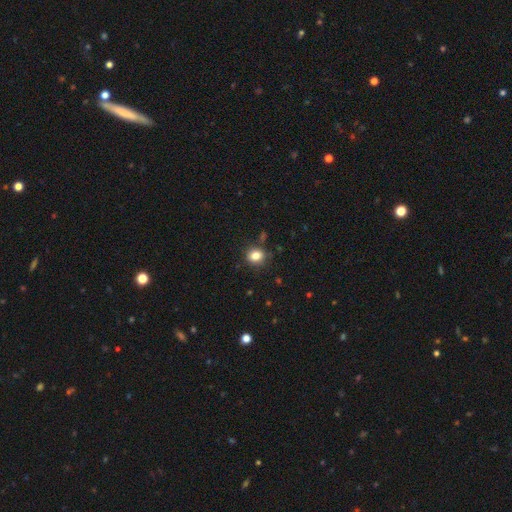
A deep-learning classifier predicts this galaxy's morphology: Smooth or featured? smooth (83%)
How rounded? round (64%)
Merging? none (83%)